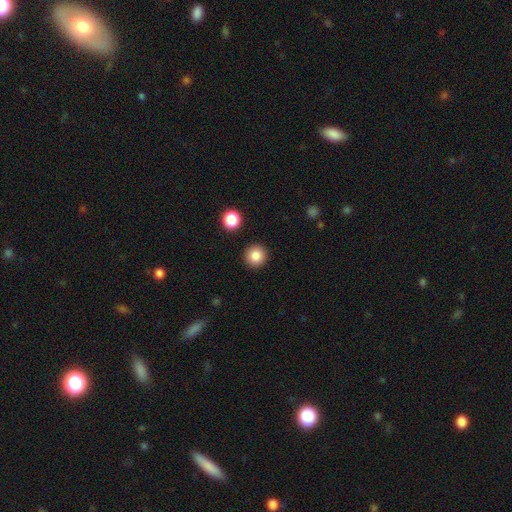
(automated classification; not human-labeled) This is clearly a smooth galaxy (85%). How rounded: clearly round (95%). Merging: clearly none (91%).